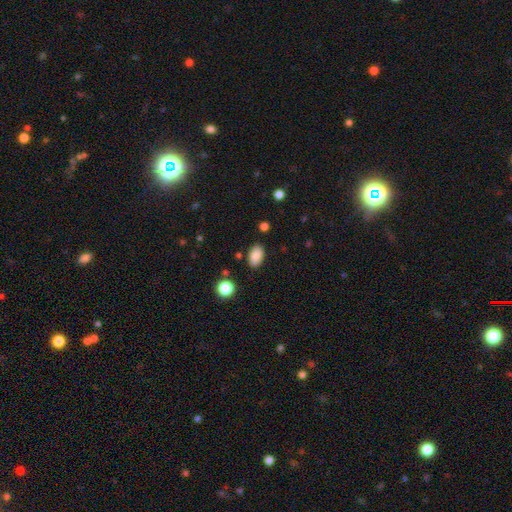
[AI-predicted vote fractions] Smooth or featured? smooth (87%)
How rounded? in between (92%)
Merging? none (84%)